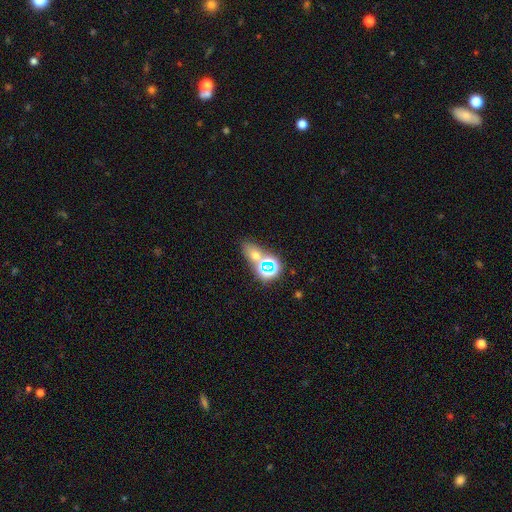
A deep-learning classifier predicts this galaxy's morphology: smooth 47%, star or artifact 38%, featured or disk 15%. Down the decision tree: merging — none (51%).